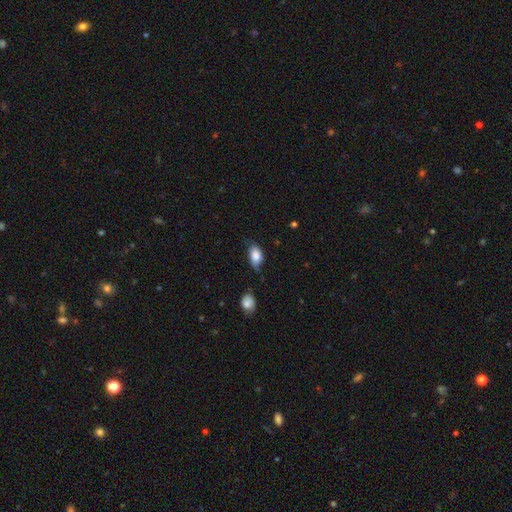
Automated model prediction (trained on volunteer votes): smooth-or-featured: smooth: 83% | featured or disk: 9% | star or artifact: 7%
  how-rounded: in between: 89% | round: 8% | cigar-shaped: 3%
  merging: none: 51% | minor disturbance: 36% | major disturbance: 10% | merger: 4%